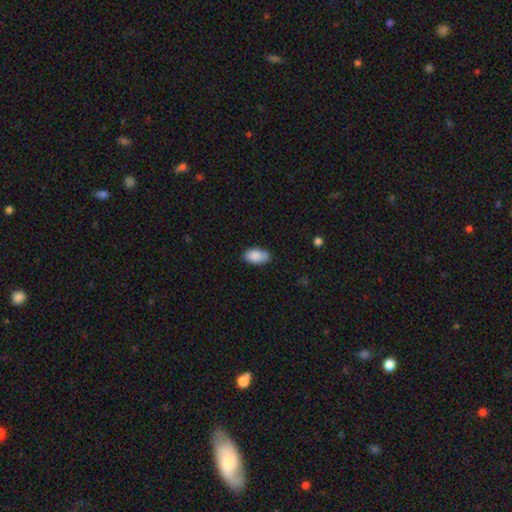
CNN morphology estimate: A smooth galaxy with no disk features (87%) that is in between round and cigar-shaped (94%). Merging: none (75%).